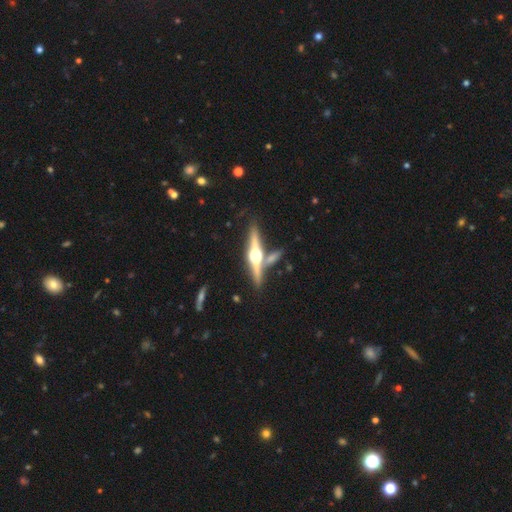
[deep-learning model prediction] A featured or disk galaxy (81%) viewed edge-on (98%) with a rounded central bulge (96%). Merging: none (71%).